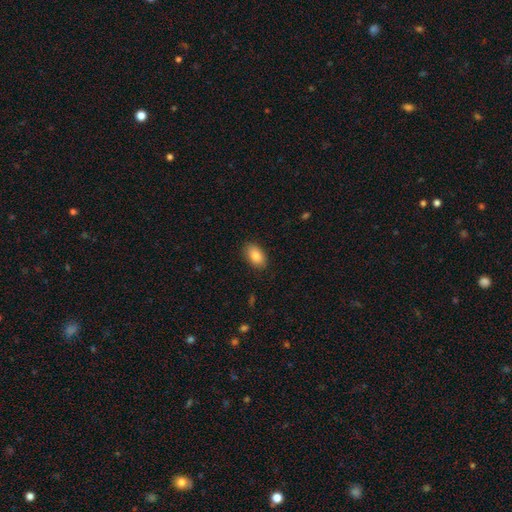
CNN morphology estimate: Smooth or featured? smooth (85%)
How rounded? in between (92%)
Merging? none (87%)